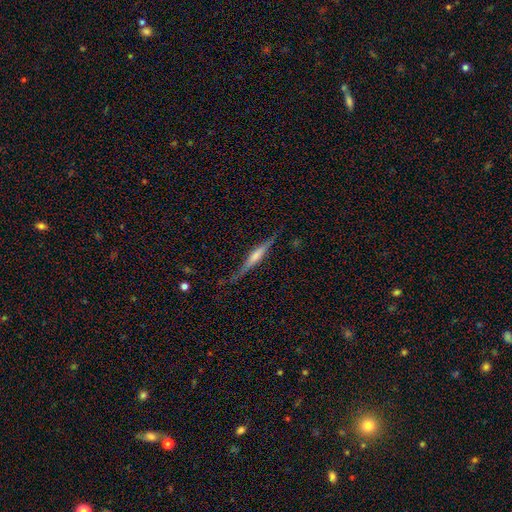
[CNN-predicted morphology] Smooth or featured?
  - featured or disk: 72% *
  - smooth: 22%
  - star or artifact: 6%
Edge-on disk?
  - yes: 97% *
  - no: 3%
Edge-on bulge?
  - rounded: 60% *
  - boxy: 24%
  - none: 16%
Merging?
  - none: 79% *
  - minor disturbance: 15%
  - major disturbance: 4%
  - merger: 2%